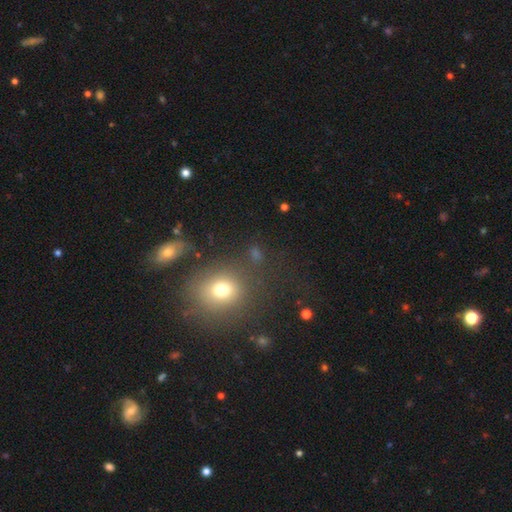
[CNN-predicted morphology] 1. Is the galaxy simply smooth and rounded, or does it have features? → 63% smooth, 25% star or artifact, 12% featured or disk.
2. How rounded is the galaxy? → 70% round, 28% in between, 2% cigar-shaped.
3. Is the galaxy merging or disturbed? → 71% none, 12% minor disturbance, 9% merger, 7% major disturbance.